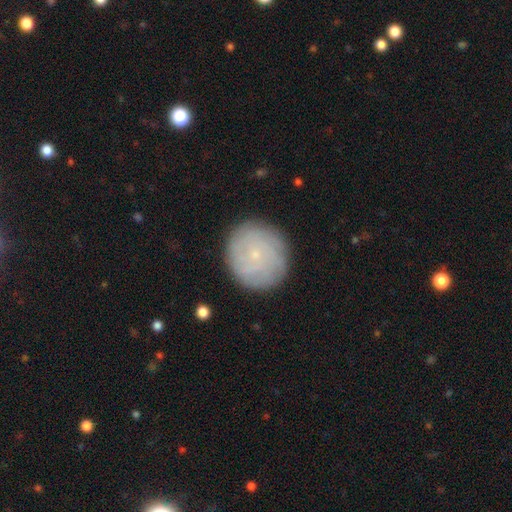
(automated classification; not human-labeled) featured or disk 46%, smooth 45%, star or artifact 9%. Down the decision tree: merging — none (85%).